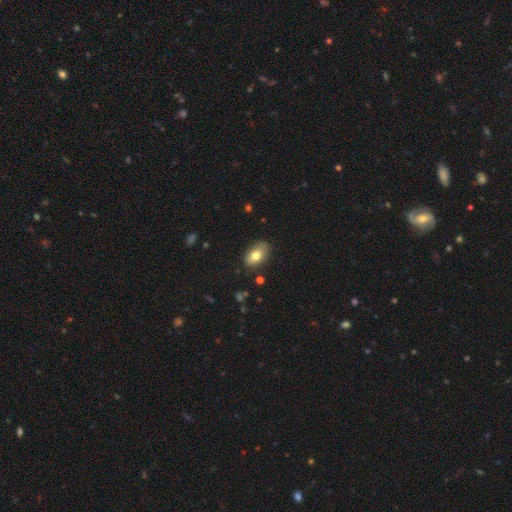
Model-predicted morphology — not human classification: smooth_or_featured: smooth (p=0.78) [alt: featured or disk p=0.14]
how_rounded: in between (p=0.90) [alt: round p=0.08]
merging: none (p=0.81) [alt: minor disturbance p=0.15]